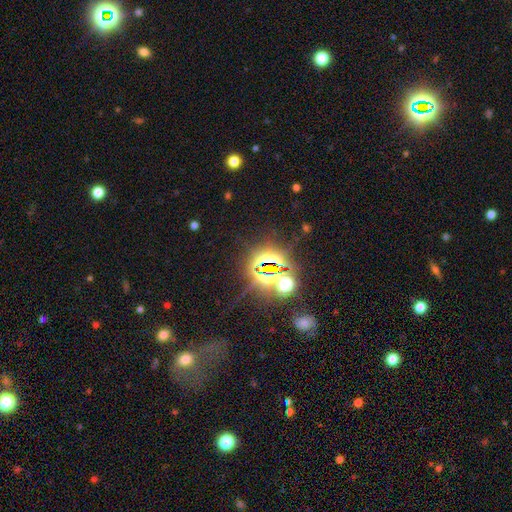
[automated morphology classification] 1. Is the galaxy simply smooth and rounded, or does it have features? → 81% star or artifact, 11% smooth, 8% featured or disk.